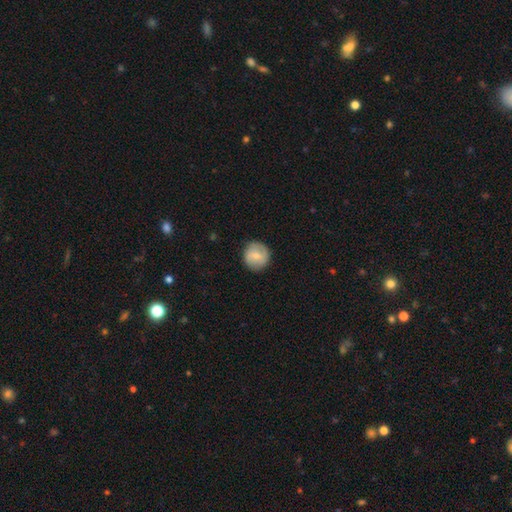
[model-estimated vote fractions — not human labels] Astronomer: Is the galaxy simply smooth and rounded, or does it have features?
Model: smooth — 68%.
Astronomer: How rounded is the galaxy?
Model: round — 93%.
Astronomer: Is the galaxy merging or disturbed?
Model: none — 87%.